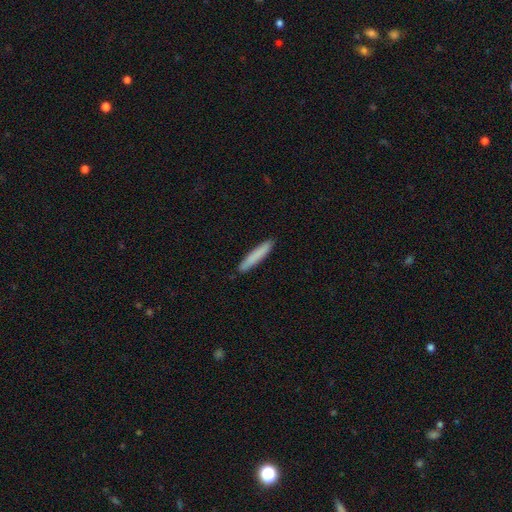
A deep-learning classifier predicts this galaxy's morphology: This is clearly a smooth galaxy (81%). How rounded: clearly cigar-shaped (93%). Merging: clearly none (90%).